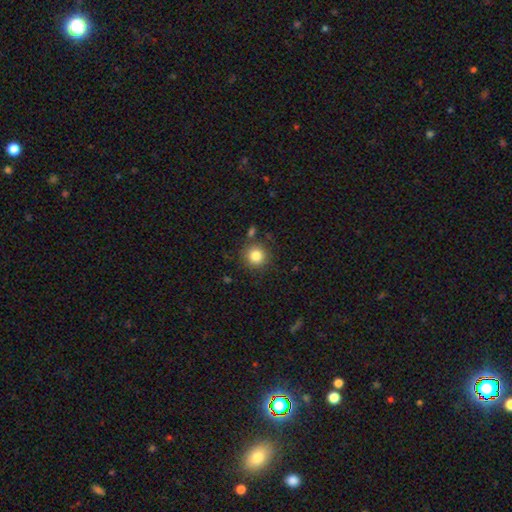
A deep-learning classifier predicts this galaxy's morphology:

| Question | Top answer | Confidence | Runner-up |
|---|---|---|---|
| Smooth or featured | smooth | 83% | star or artifact (11%) |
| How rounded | round | 93% | in between (6%) |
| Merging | none | 84% | minor disturbance (8%) |